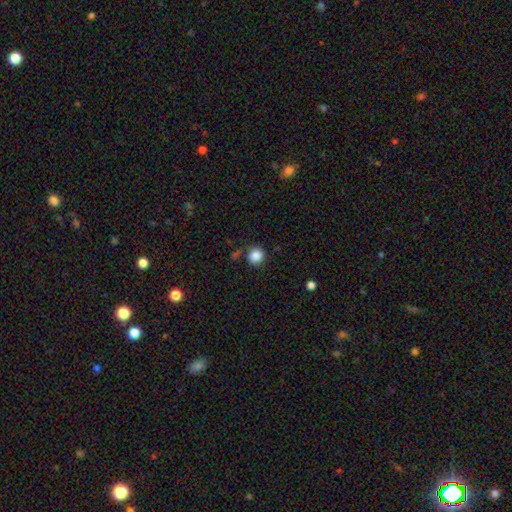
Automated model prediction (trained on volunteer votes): Overall: smooth (86%). How rounded: round (90%). Merging: none (80%).